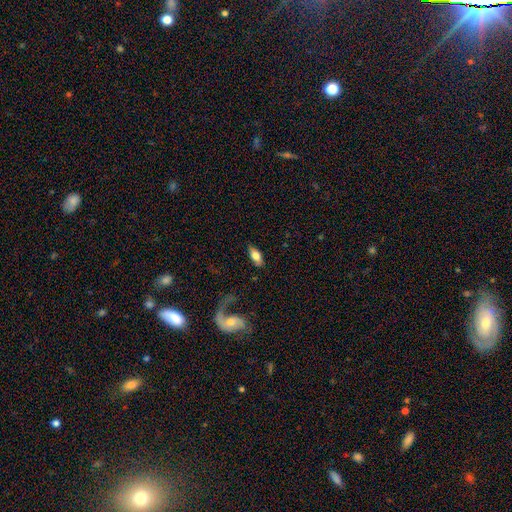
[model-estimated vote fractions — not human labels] A smooth galaxy with no disk features (62%) that is in between round and cigar-shaped (87%).

Vote fractions:
- Smooth or featured? smooth: 62% / featured or disk: 32% / star or artifact: 6%
- How rounded? in between: 87% / cigar-shaped: 10% / round: 4%
- Merging? none: 80% / minor disturbance: 12% / major disturbance: 6% / merger: 3%